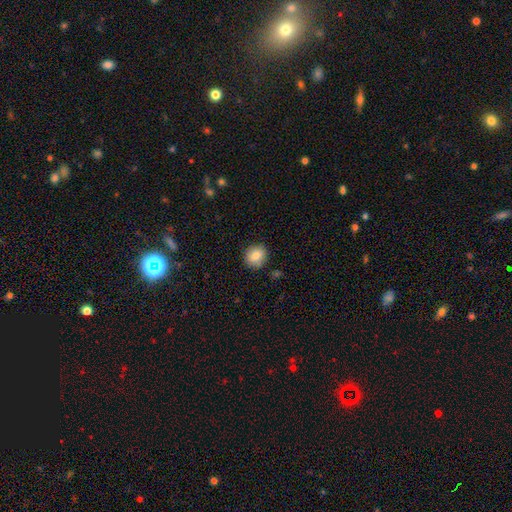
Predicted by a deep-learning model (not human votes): Overall: smooth (83%). How rounded: round (75%). Merging: none (86%).